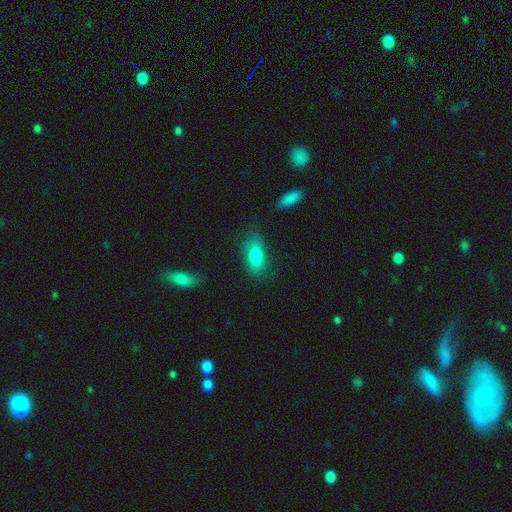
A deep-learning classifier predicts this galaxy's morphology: smooth 80%, featured or disk 12%, star or artifact 8%. Down the decision tree: how rounded — in between (85%); merging — none (72%).